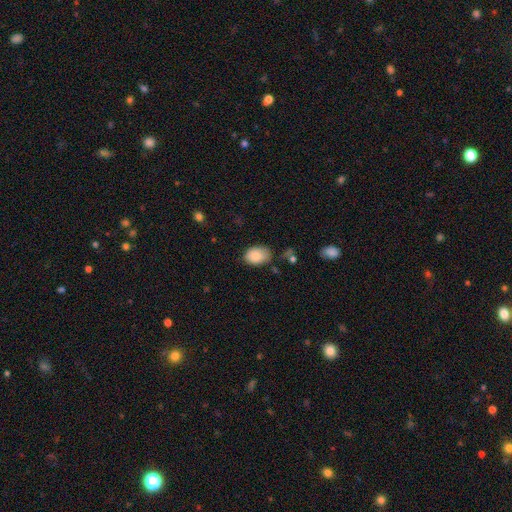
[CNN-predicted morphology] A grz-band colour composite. It shows a smooth galaxy with no disk features (87%) that is in between round and cigar-shaped (84%). Merging: none (63%).